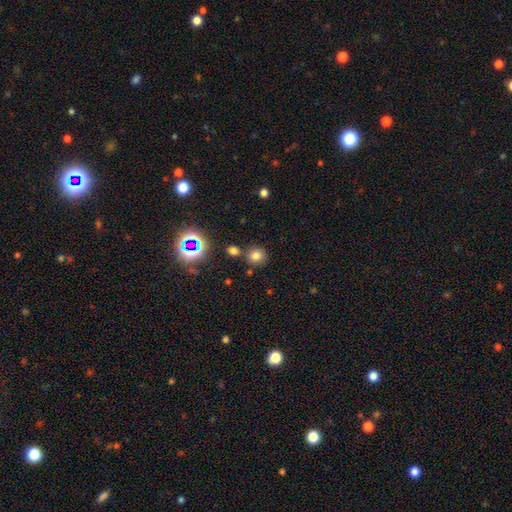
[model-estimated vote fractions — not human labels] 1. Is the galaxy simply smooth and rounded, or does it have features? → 73% smooth, 20% star or artifact, 8% featured or disk.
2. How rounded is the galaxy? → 88% round, 11% in between, 1% cigar-shaped.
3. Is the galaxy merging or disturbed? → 76% none, 12% merger, 9% minor disturbance, 3% major disturbance.